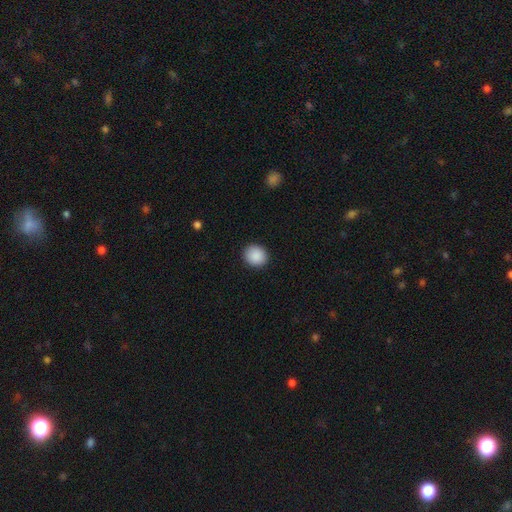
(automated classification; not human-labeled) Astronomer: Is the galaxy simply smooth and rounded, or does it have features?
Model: smooth — 90%.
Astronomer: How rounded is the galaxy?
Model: round — 81%.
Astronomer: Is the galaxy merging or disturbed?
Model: none — 91%.